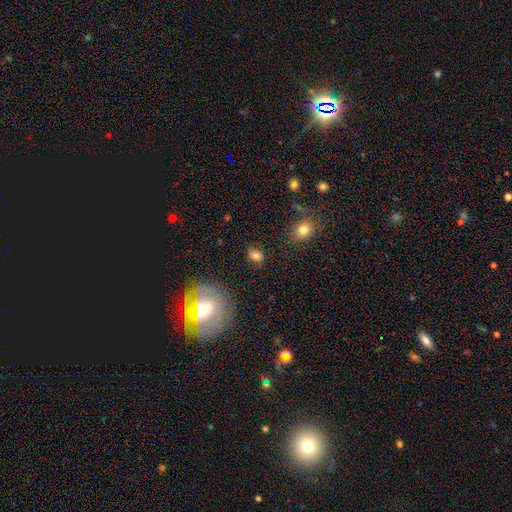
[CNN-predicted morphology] Smooth or featured? Predicted: smooth (p=0.76). How rounded? Predicted: in between (p=0.64). Merging? Predicted: none (p=0.82).